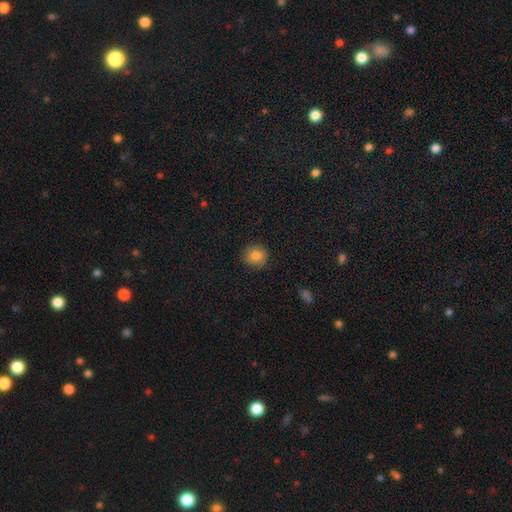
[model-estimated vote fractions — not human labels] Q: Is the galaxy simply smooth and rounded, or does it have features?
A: smooth — 83%.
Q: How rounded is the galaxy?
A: round — 90%.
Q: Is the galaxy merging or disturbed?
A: none — 87%.